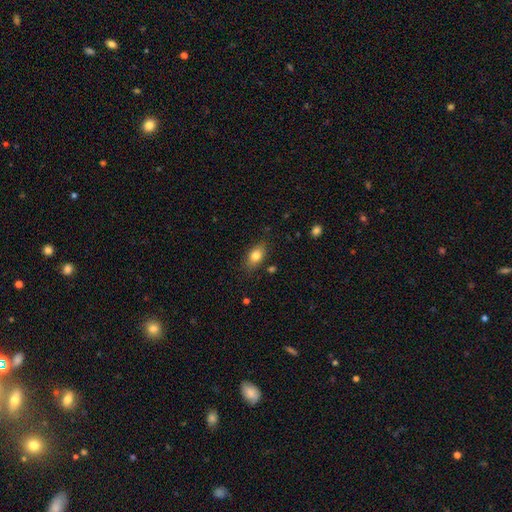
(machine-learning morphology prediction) Smooth or featured?
  - smooth: 80% *
  - featured or disk: 12%
  - star or artifact: 9%
How rounded?
  - in between: 85% *
  - round: 11%
  - cigar-shaped: 4%
Merging?
  - none: 82% *
  - minor disturbance: 13%
  - major disturbance: 3%
  - merger: 2%